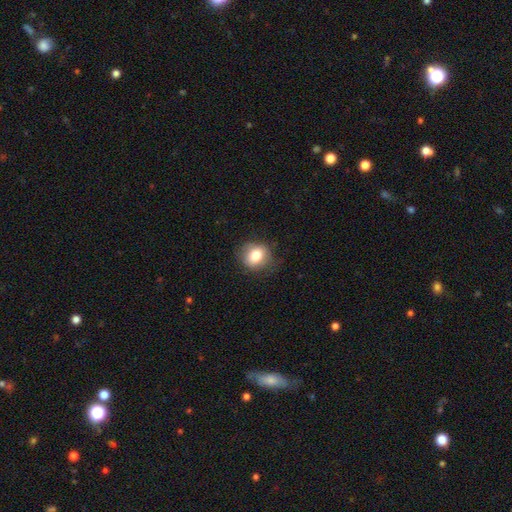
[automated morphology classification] type=smooth (80%); roundness=round (63%); merging=none (78%).